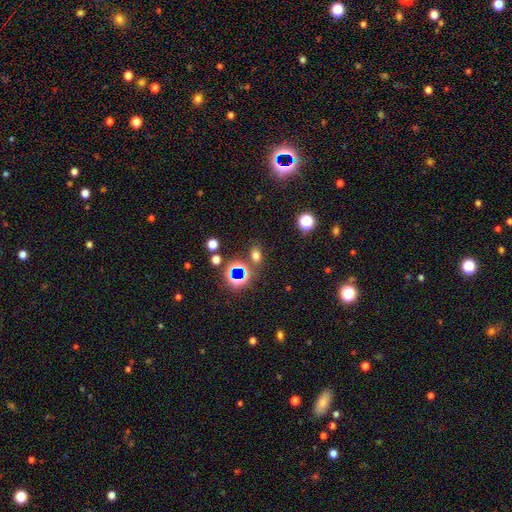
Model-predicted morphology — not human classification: Smooth or featured: smooth — 61% (star or artifact — 31%)
How rounded: in between — 66% (round — 32%)
Merging: none — 77% (minor disturbance — 11%)